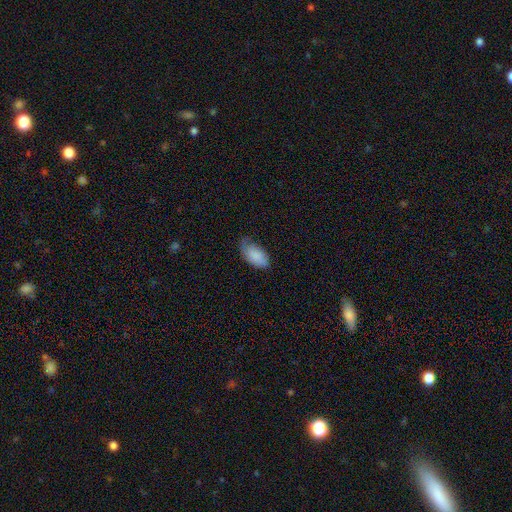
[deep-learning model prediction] Smooth or featured? Predicted: smooth (p=0.82). How rounded? Predicted: in between (p=0.95). Merging? Predicted: none (p=0.45).